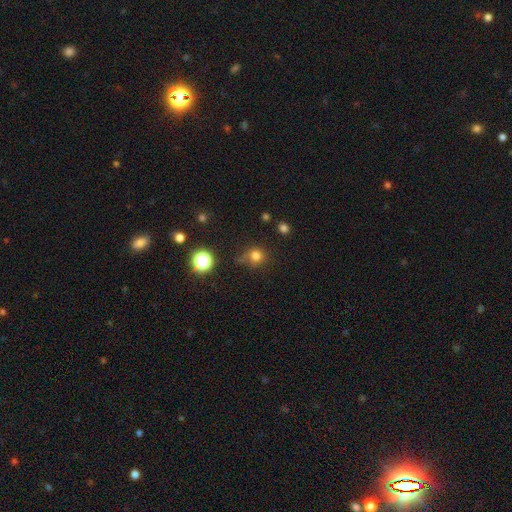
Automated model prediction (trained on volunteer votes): smooth-or-featured: smooth: 75% | star or artifact: 19% | featured or disk: 7%
  how-rounded: round: 89% | in between: 10% | cigar-shaped: 1%
  merging: none: 69% | minor disturbance: 19% | major disturbance: 7% | merger: 6%